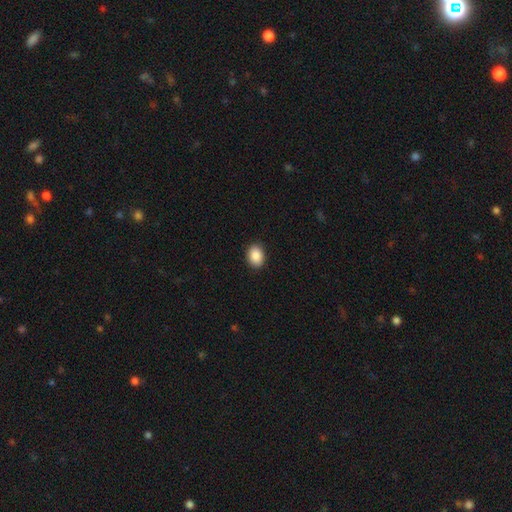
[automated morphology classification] A smooth galaxy with no disk features (89%) that is in between round and cigar-shaped (68%).

Vote fractions:
- Smooth or featured? smooth: 89% / star or artifact: 8% / featured or disk: 3%
- How rounded? in between: 68% / round: 31% / cigar-shaped: 1%
- Merging? none: 90% / minor disturbance: 7% / major disturbance: 2% / merger: 1%